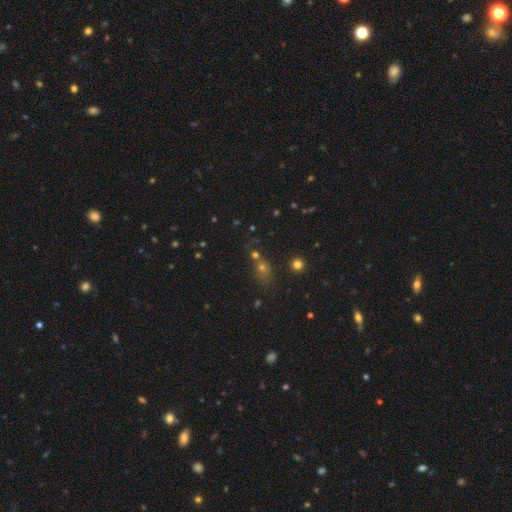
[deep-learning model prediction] The model was most divided on "smooth or featured": smooth: 52%, star or artifact: 37%, featured or disk: 11%. More confident: how rounded — round (59%); merging — none (54%).